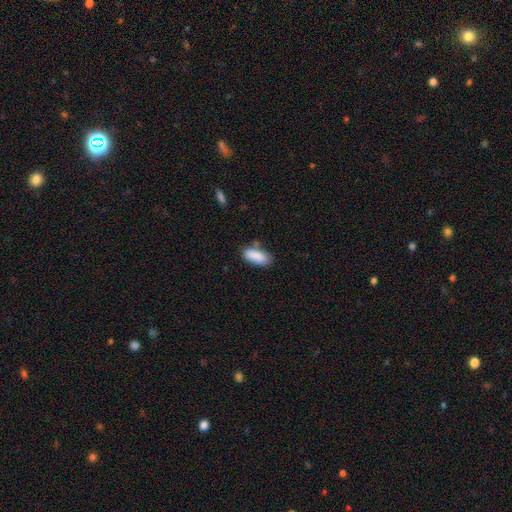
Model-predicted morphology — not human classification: A smooth galaxy with no disk features (88%) that is in between round and cigar-shaped (84%). Merging: none (70%).